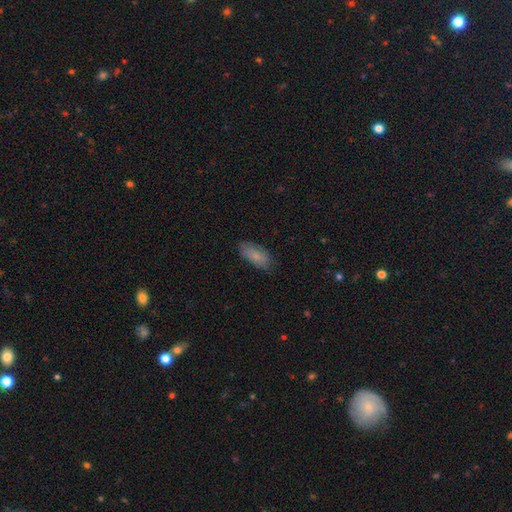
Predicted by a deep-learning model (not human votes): smooth 81%, featured or disk 13%, star or artifact 7%. Down the decision tree: how rounded — in between (86%); merging — none (77%).